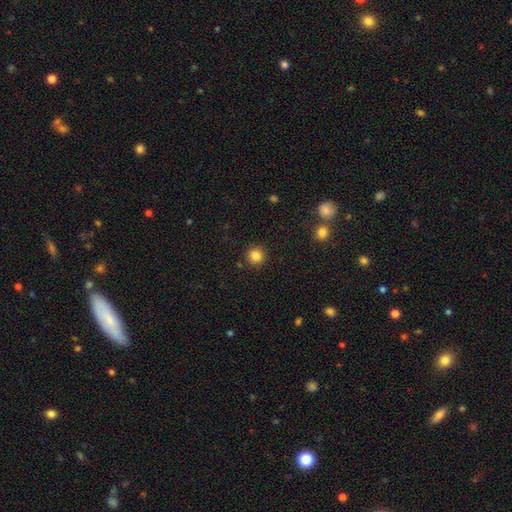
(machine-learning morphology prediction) Smooth or featured: smooth — 84% (star or artifact — 11%)
How rounded: round — 94% (in between — 5%)
Merging: none — 91% (minor disturbance — 5%)